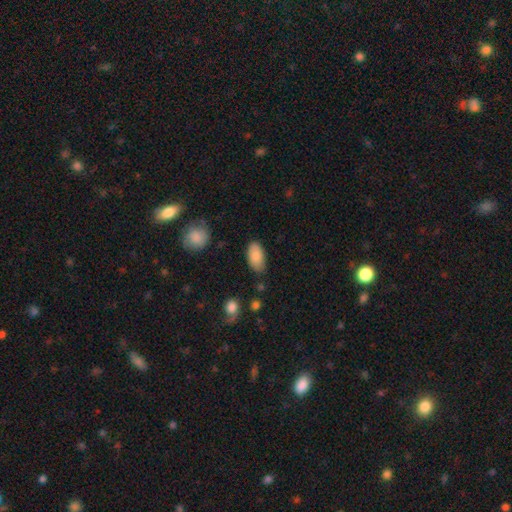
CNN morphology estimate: A smooth galaxy with no disk features (84%) that is in between round and cigar-shaped (94%). Merging: none (80%).